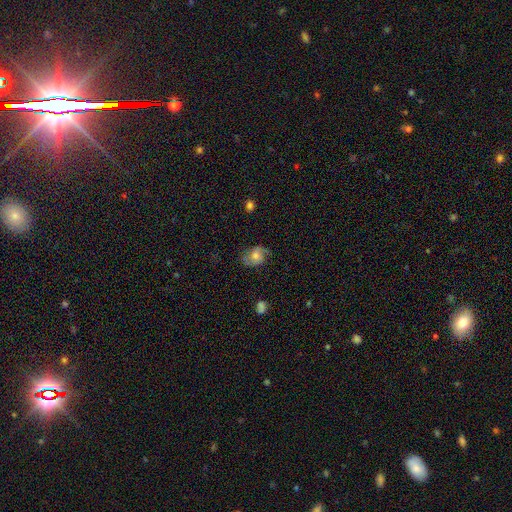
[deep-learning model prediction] A featured or disk galaxy (47%). Merging: none (69%).